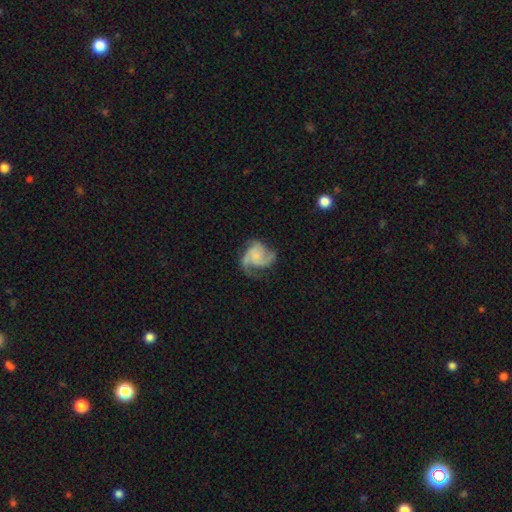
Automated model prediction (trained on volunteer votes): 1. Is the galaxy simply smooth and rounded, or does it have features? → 79% featured or disk, 14% smooth, 7% star or artifact.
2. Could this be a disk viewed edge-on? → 98% no, 2% yes.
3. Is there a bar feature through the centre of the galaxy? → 74% no, 22% weak, 4% strong.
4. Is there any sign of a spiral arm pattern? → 95% yes, 5% no.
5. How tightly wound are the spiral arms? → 52% medium, 27% loose, 21% tight.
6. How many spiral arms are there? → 66% 3, 13% 2, 8% 4, 6% can't tell, 4% 1, 3% more than 4.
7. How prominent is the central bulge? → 51% small, 27% none, 18% moderate, 3% large, 1% dominant.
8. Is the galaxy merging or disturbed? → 59% none, 21% minor disturbance, 19% major disturbance, 2% merger.